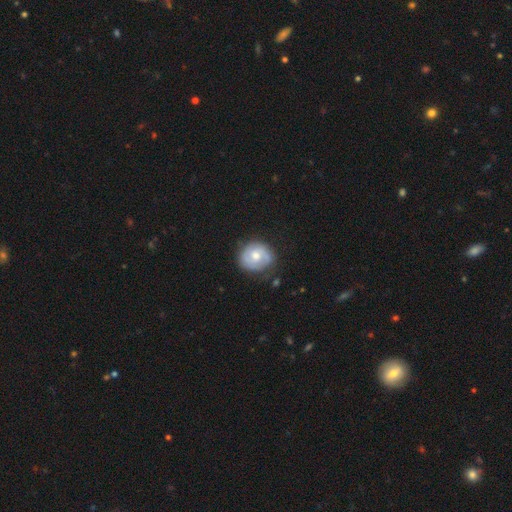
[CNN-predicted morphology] smooth_or_featured: featured or disk (p=0.52) [alt: smooth p=0.42]
disk_edge_on: no (p=0.97) [alt: yes p=0.03]
bar: no (p=0.73) [alt: weak p=0.23]
has_spiral_arms: yes (p=0.72) [alt: no p=0.28]
bulge_size: moderate (p=0.66) [alt: small p=0.27]
merging: none (p=0.71) [alt: minor disturbance p=0.21]